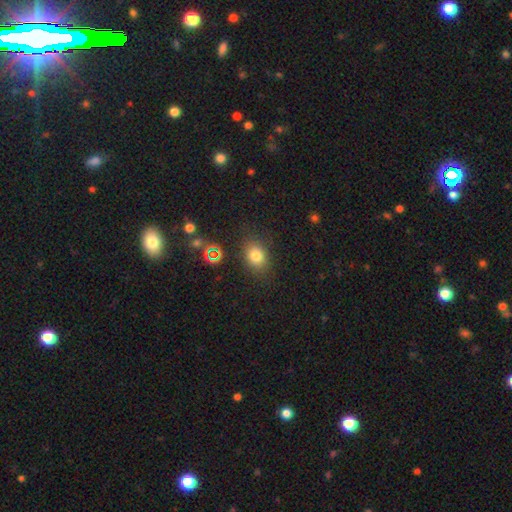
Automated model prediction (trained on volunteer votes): The model was most divided on "how rounded": in between: 57%, round: 42%, cigar-shaped: 1%. More confident: merging — none (83%); smooth or featured — smooth (75%).